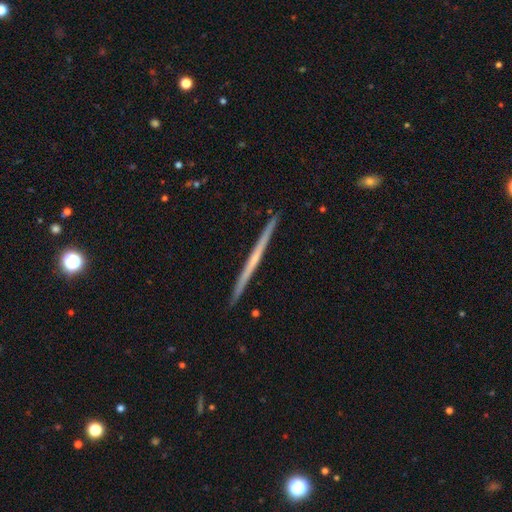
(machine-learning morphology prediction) smooth_or_featured: featured or disk (p=0.69) [alt: smooth p=0.25]
disk_edge_on: yes (p=0.98) [alt: no p=0.02]
edge_on_bulge: none (p=0.72) [alt: rounded p=0.24]
merging: none (p=0.92) [alt: minor disturbance p=0.05]